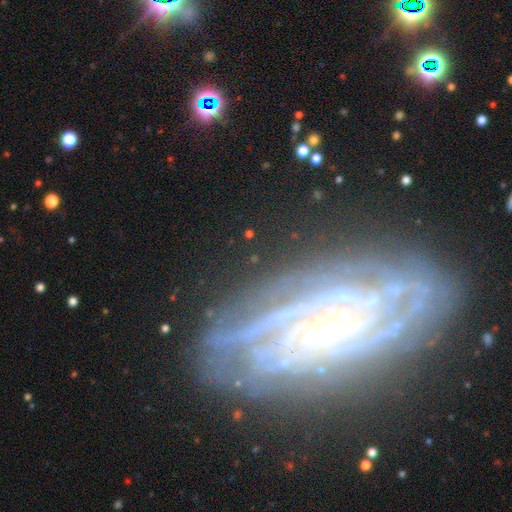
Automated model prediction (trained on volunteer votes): Overall: featured or disk (86%). Edge-on disk: no (92%). Bar: no (62%; weak 25%). Spiral arms: yes (97%). Spiral arm count: can't tell (28%; 2 16%). Spiral winding: tight (77%). Bulge size: small (80%). Merging: none (79%).